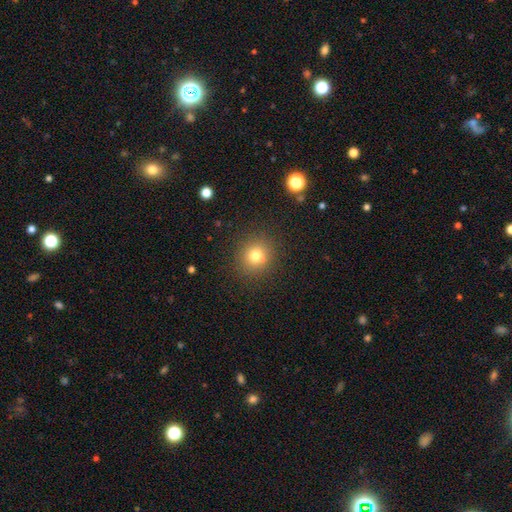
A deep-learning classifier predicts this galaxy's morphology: type=smooth (76%); roundness=round (86%); merging=none (84%).